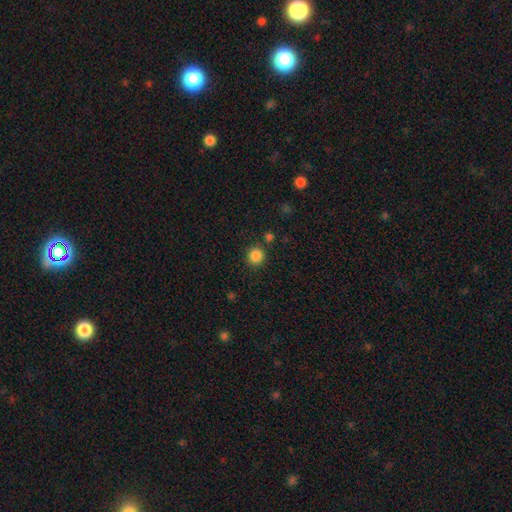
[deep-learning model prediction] smooth_or_featured: smooth (p=0.86) [alt: star or artifact p=0.11]
how_rounded: round (p=0.92) [alt: in between p=0.07]
merging: none (p=0.86) [alt: minor disturbance p=0.07]